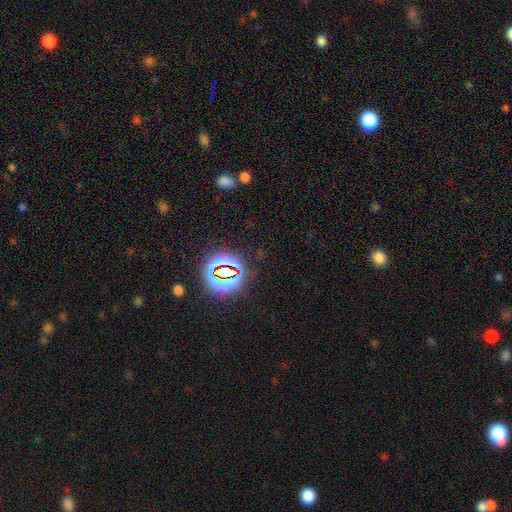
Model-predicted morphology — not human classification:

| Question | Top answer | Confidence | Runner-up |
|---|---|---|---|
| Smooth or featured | star or artifact | 76% | smooth (16%) |